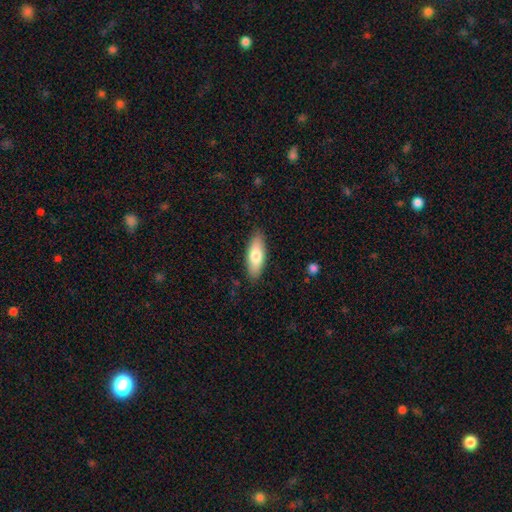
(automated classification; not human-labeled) Smooth or featured? Predicted: smooth (p=0.75). How rounded? Predicted: in between (p=0.69). Merging? Predicted: none (p=0.86).